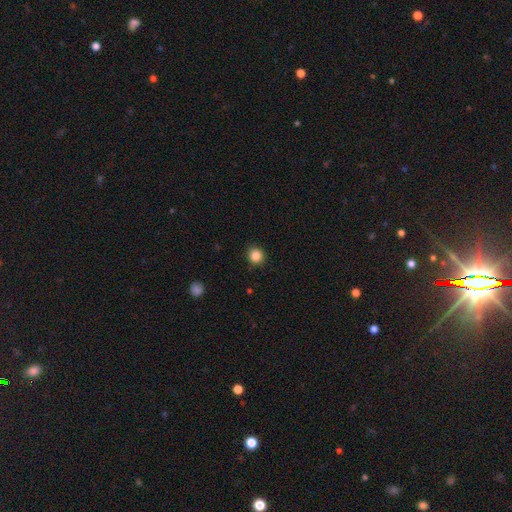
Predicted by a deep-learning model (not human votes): Smooth or featured? smooth (85%)
How rounded? round (91%)
Merging? none (90%)